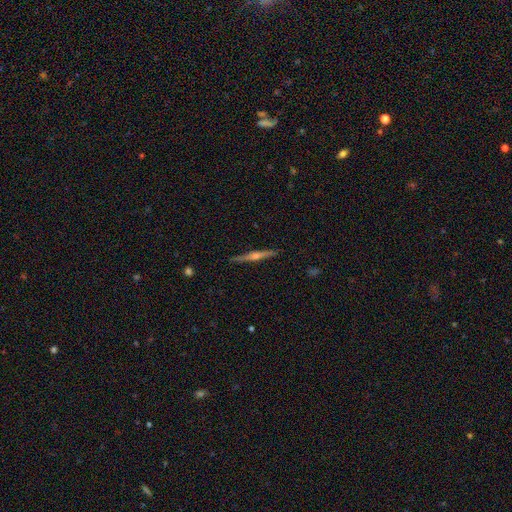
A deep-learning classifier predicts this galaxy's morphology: This appears to be a featured or disk galaxy (79%) viewed edge-on (98%) with a rounded central bulge (86%). Merging: none (91%).